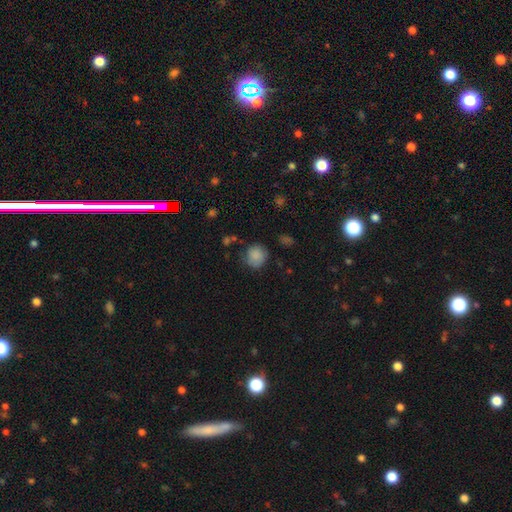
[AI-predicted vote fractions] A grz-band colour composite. It shows a smooth galaxy with no disk features (83%) that is round (85%). Merging: none (69%).